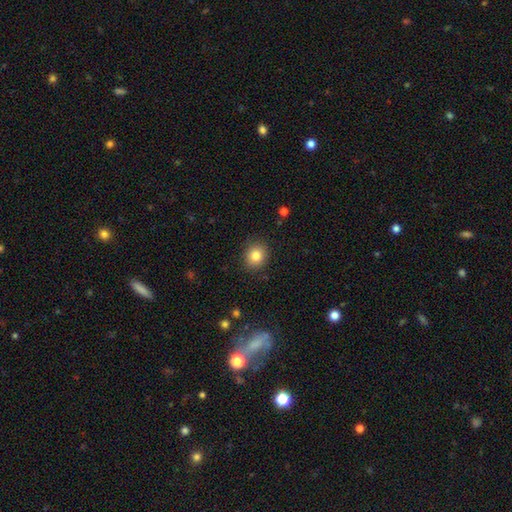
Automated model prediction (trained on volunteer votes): A smooth galaxy with no disk features (83%) that is round (73%). Merging: none (88%).